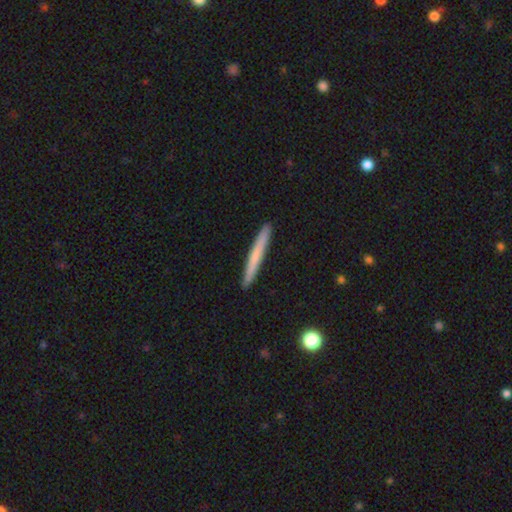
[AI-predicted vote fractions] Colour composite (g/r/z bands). It shows a smooth galaxy with no disk features (65%) that is cigar-shaped (97%). Merging: none (93%).